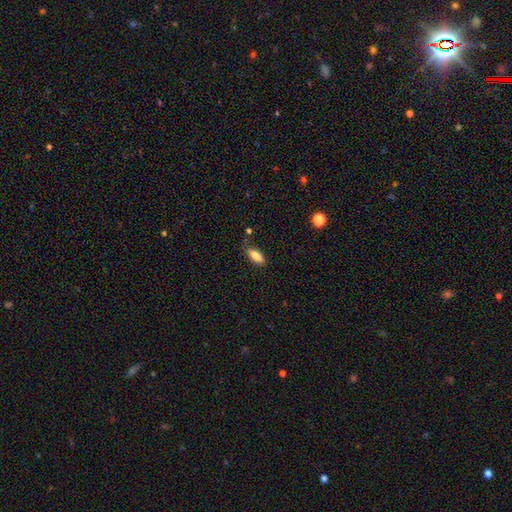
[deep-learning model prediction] Q: Smooth or featured?
A: smooth (83%); runner-up: featured or disk (9%)
Q: How rounded?
A: in between (77%); runner-up: cigar-shaped (21%)
Q: Merging?
A: none (74%); runner-up: minor disturbance (19%)